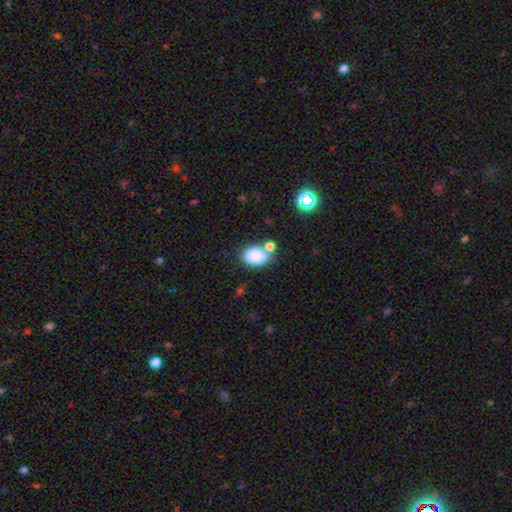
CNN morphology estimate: Q: Smooth or featured?
A: smooth (85%); runner-up: star or artifact (9%)
Q: How rounded?
A: in between (84%); runner-up: round (15%)
Q: Merging?
A: none (61%); runner-up: merger (20%)